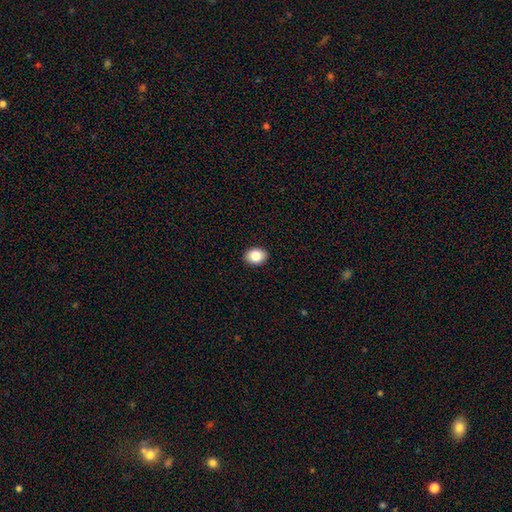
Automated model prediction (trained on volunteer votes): Q: Smooth or featured?
A: smooth (85%); runner-up: star or artifact (8%)
Q: How rounded?
A: in between (64%); runner-up: round (35%)
Q: Merging?
A: none (91%); runner-up: minor disturbance (7%)